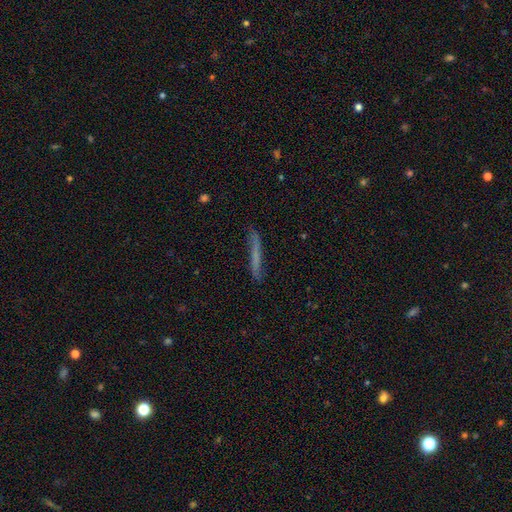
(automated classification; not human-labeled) A smooth galaxy with no disk features (55%) that is cigar-shaped (95%).

Vote fractions:
- Smooth or featured? smooth: 55% / featured or disk: 37% / star or artifact: 8%
- How rounded? cigar-shaped: 95% / in between: 3% / round: 2%
- Merging? none: 77% / minor disturbance: 17% / major disturbance: 4% / merger: 2%